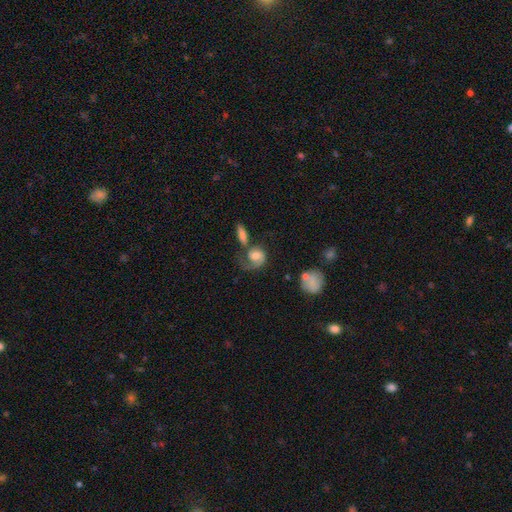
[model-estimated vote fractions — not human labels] Smooth or featured?
  - featured or disk: 55% *
  - smooth: 38%
  - star or artifact: 7%
Edge-on disk?
  - no: 96% *
  - yes: 4%
Bar?
  - no: 67% *
  - weak: 27%
  - strong: 6%
Spiral arms?
  - yes: 85% *
  - no: 15%
Bulge size?
  - moderate: 54% *
  - large: 20%
  - small: 18%
  - none: 5%
  - dominant: 3%
Merging?
  - major disturbance: 30% *
  - none: 29%
  - merger: 25%
  - minor disturbance: 15%